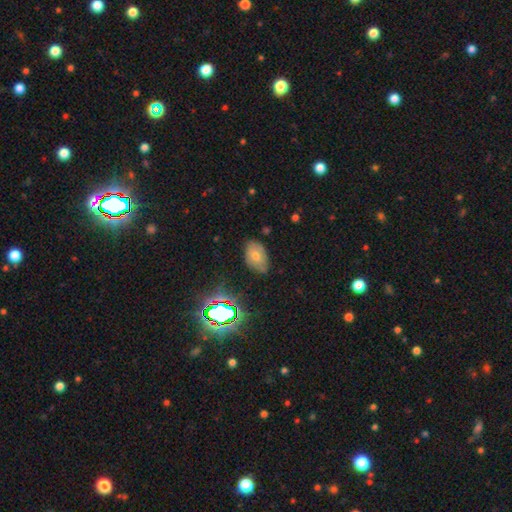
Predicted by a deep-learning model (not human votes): Smooth or featured? smooth (41%)
Merging? none (73%)